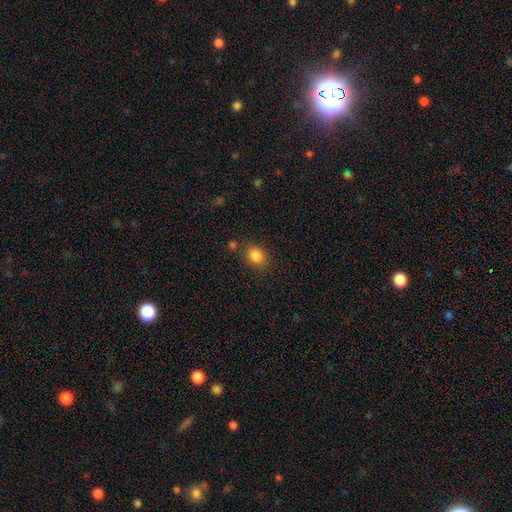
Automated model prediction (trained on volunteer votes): A smooth galaxy with no disk features (85%) that is round (52%).

Vote fractions:
- Smooth or featured? smooth: 85% / star or artifact: 10% / featured or disk: 5%
- How rounded? round: 52% / in between: 47% / cigar-shaped: 1%
- Merging? none: 76% / minor disturbance: 13% / merger: 7% / major disturbance: 4%